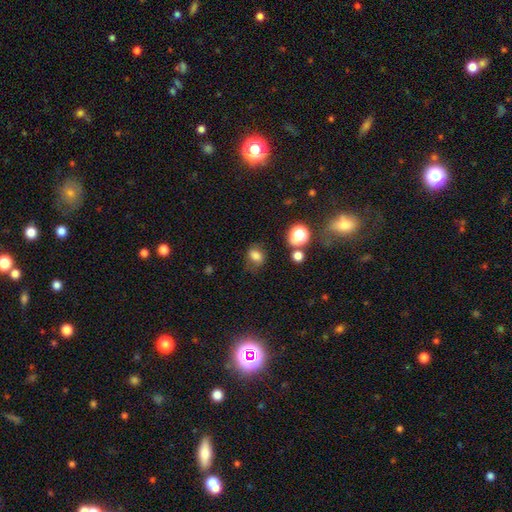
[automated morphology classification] The model was most divided on "how rounded": in between: 60%, round: 39%, cigar-shaped: 1%. More confident: smooth or featured — smooth (76%); merging — none (65%).